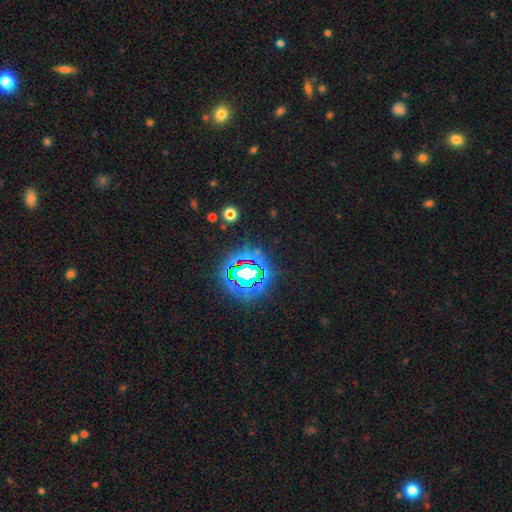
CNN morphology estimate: This is clearly a star or artifact rather than a galaxy (83%).